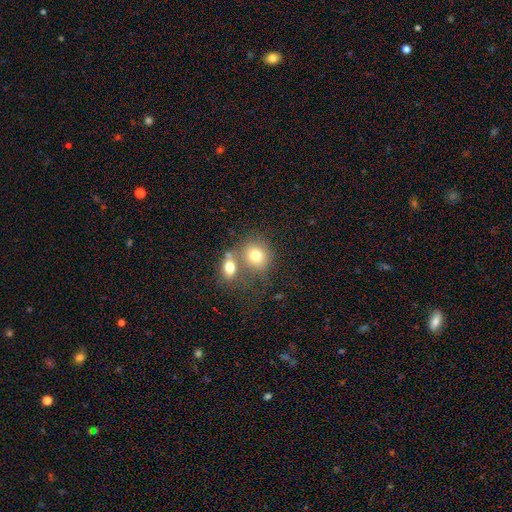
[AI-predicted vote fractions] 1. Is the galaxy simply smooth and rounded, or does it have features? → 75% smooth, 14% featured or disk, 12% star or artifact.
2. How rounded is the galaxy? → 70% round, 29% in between, 1% cigar-shaped.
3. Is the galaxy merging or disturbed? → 45% none, 39% merger, 10% minor disturbance, 5% major disturbance.